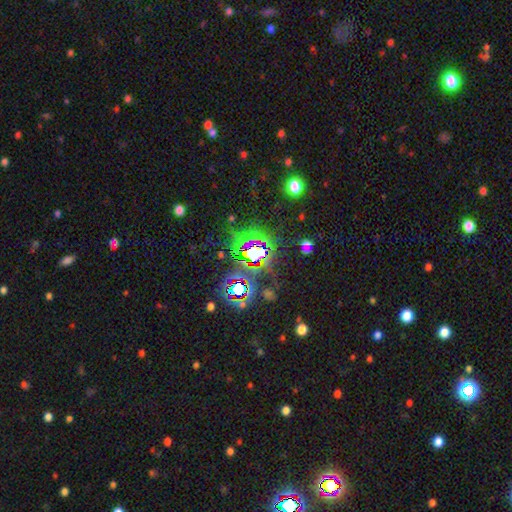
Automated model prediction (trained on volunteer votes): This is likely a star or artifact rather than a galaxy (79%).